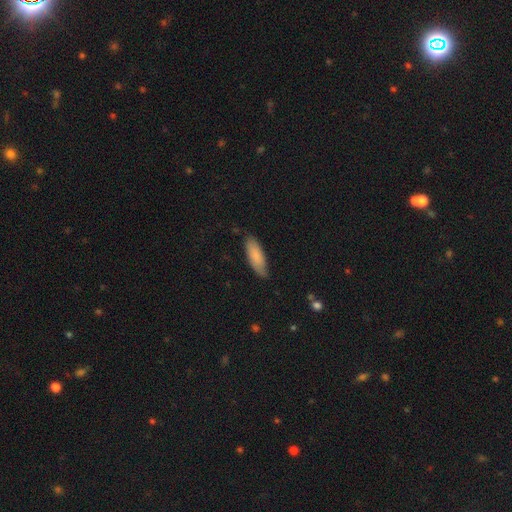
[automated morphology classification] smooth_or_featured: smooth (p=0.81) [alt: featured or disk p=0.14]
how_rounded: in between (p=0.64) [alt: cigar-shaped p=0.34]
merging: none (p=0.77) [alt: minor disturbance p=0.19]